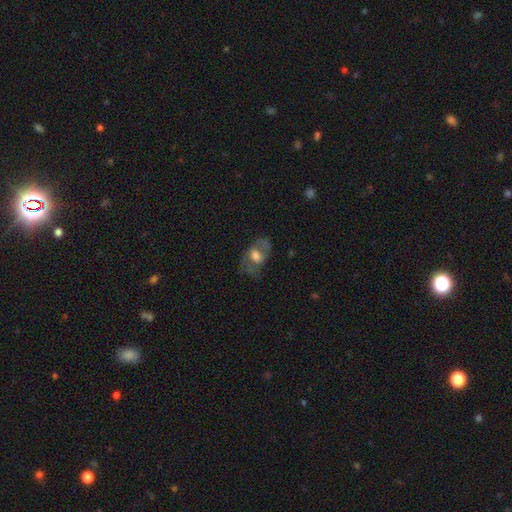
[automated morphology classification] Q: Smooth or featured?
A: featured or disk (47%); runner-up: smooth (44%)
Q: Merging?
A: none (50%); runner-up: major disturbance (25%)